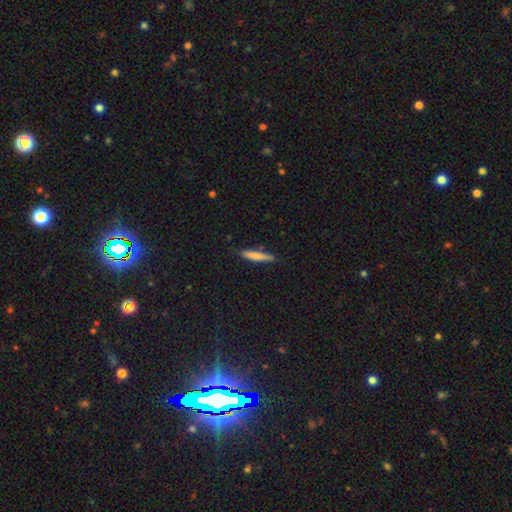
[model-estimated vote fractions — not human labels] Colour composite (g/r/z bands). It shows a smooth galaxy with no disk features (74%) that is cigar-shaped (89%). Merging: none (82%).